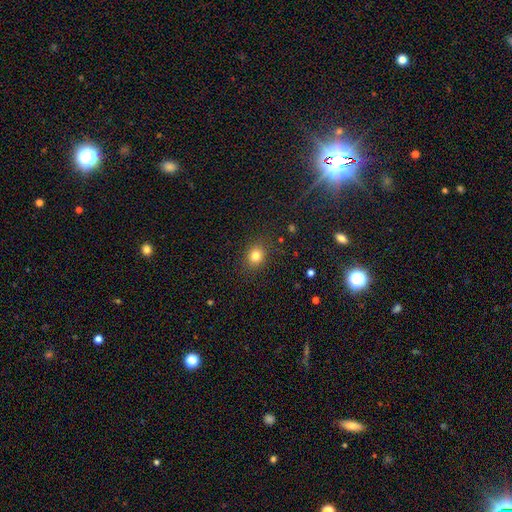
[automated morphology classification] Smooth or featured? smooth (81%)
How rounded? round (69%)
Merging? none (86%)